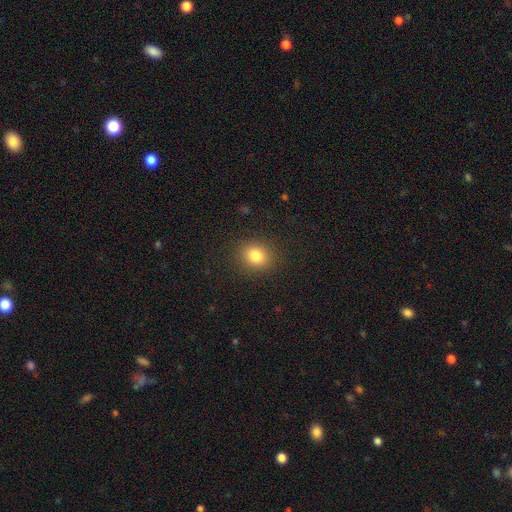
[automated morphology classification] Smooth or featured?
  - smooth: 82% *
  - star or artifact: 12%
  - featured or disk: 7%
How rounded?
  - round: 66% *
  - in between: 33%
  - cigar-shaped: 1%
Merging?
  - none: 88% *
  - minor disturbance: 8%
  - major disturbance: 3%
  - merger: 1%